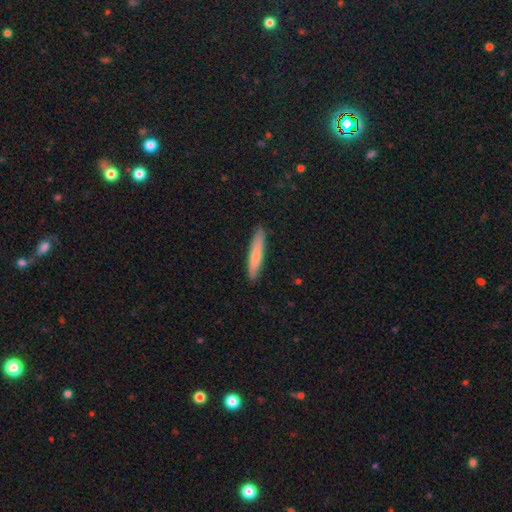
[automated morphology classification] smooth-or-featured: smooth: 73% | featured or disk: 22% | star or artifact: 5%
  how-rounded: cigar-shaped: 92% | in between: 7% | round: 1%
  merging: none: 90% | minor disturbance: 8% | major disturbance: 1% | merger: 1%